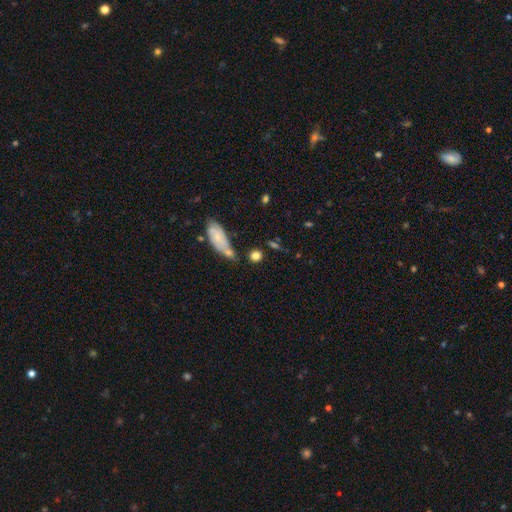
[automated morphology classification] The model was most divided on "merging": none: 66%, merger: 18%, minor disturbance: 12%, major disturbance: 4%. More confident: smooth or featured — smooth (78%); how rounded — round (71%).